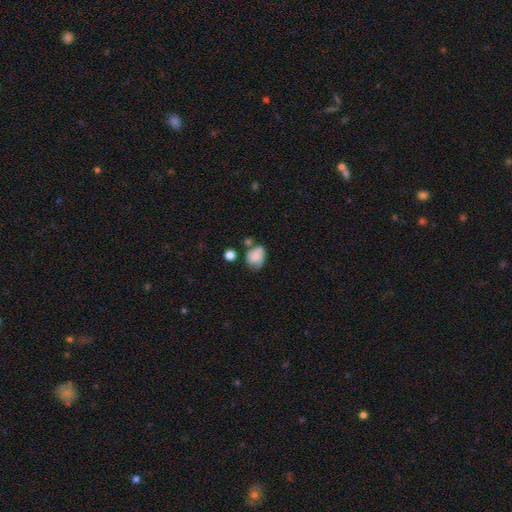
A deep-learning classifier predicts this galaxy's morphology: smooth_or_featured: smooth (p=0.68) [alt: featured or disk p=0.21]
how_rounded: in between (p=0.61) [alt: round p=0.38]
merging: none (p=0.39) [alt: minor disturbance p=0.30]